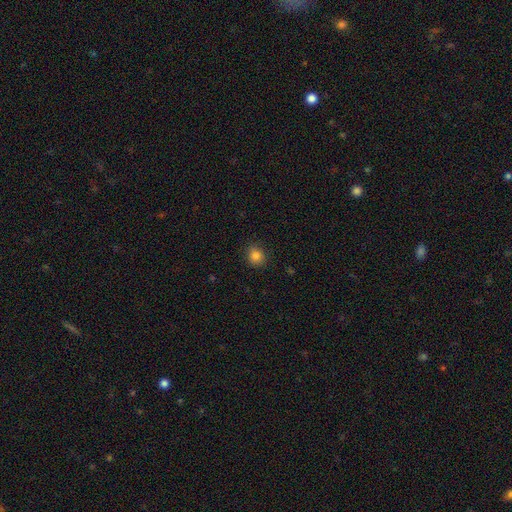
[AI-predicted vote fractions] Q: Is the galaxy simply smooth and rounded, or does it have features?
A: smooth — 83%.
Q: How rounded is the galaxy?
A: round — 81%.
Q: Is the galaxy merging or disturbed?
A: none — 89%.